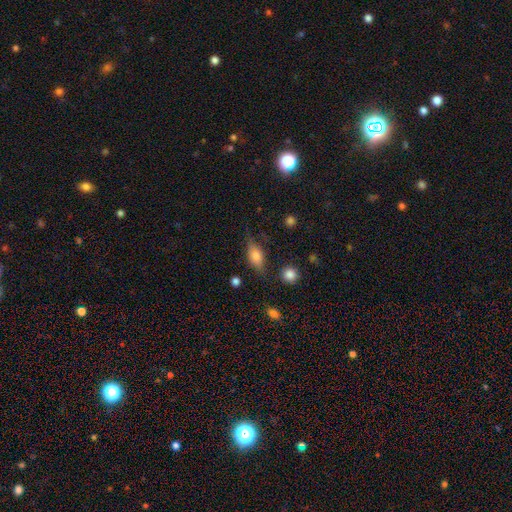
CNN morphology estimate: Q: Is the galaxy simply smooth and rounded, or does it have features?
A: smooth — 70%.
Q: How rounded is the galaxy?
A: in between — 80%.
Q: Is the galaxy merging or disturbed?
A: none — 65%.